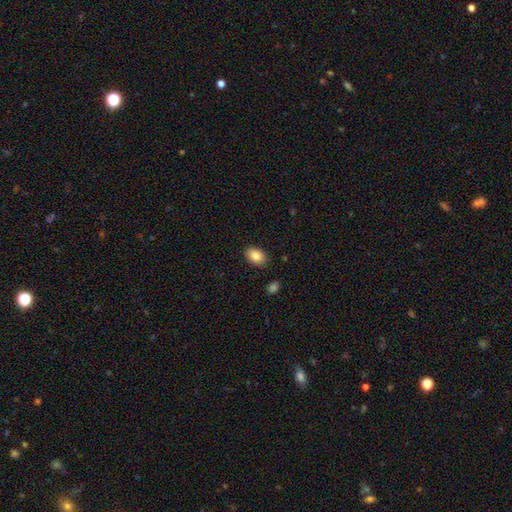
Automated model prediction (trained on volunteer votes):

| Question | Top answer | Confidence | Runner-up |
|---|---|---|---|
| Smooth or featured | smooth | 86% | star or artifact (8%) |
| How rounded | in between | 83% | round (16%) |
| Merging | none | 88% | minor disturbance (9%) |